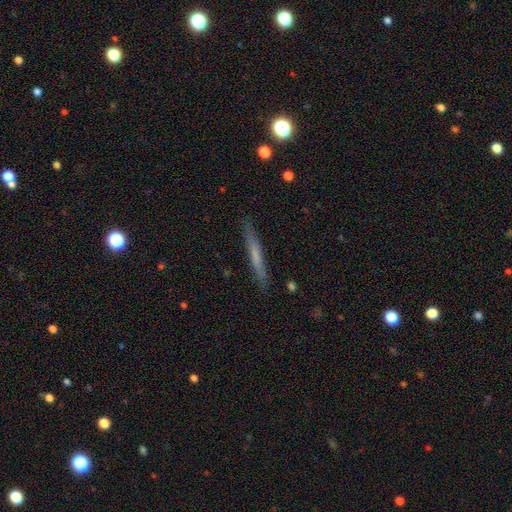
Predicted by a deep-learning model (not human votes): Morphology: type=smooth (54%); roundness=cigar-shaped (96%); merging=none (86%).